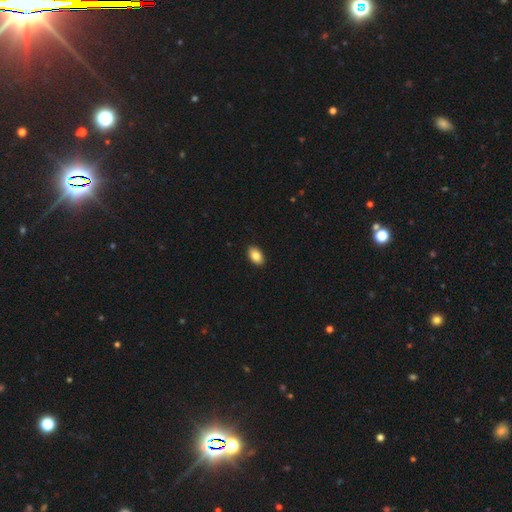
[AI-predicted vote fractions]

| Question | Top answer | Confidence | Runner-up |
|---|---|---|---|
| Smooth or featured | smooth | 87% | star or artifact (7%) |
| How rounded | in between | 92% | round (6%) |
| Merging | none | 90% | minor disturbance (7%) |